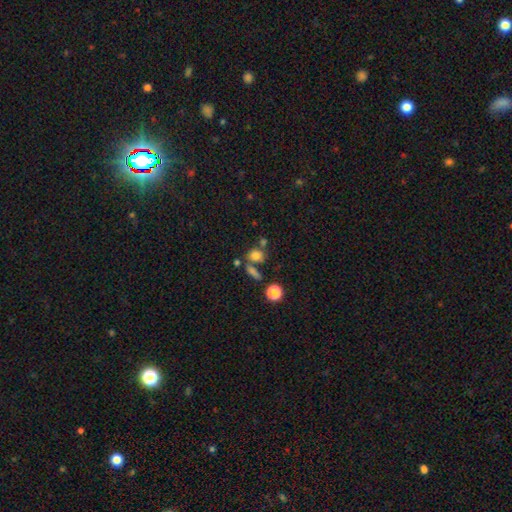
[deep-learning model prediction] Smooth or featured: smooth — 75% (star or artifact — 15%)
How rounded: round — 64% (in between — 33%)
Merging: none — 54% (merger — 28%)